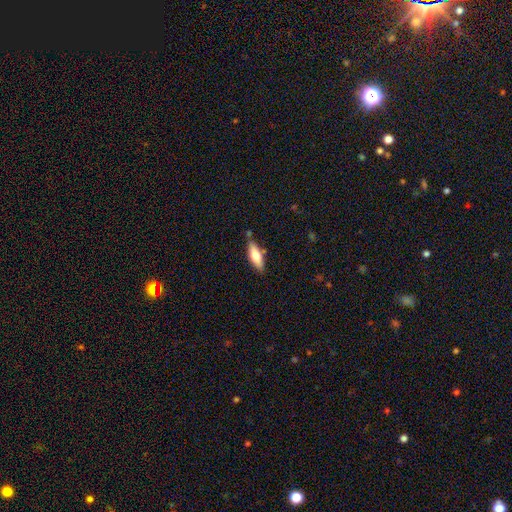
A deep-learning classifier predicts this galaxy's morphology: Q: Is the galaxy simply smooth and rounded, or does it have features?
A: smooth — 64%.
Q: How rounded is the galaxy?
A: in between — 58%.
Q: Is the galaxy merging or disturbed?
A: none — 77%.